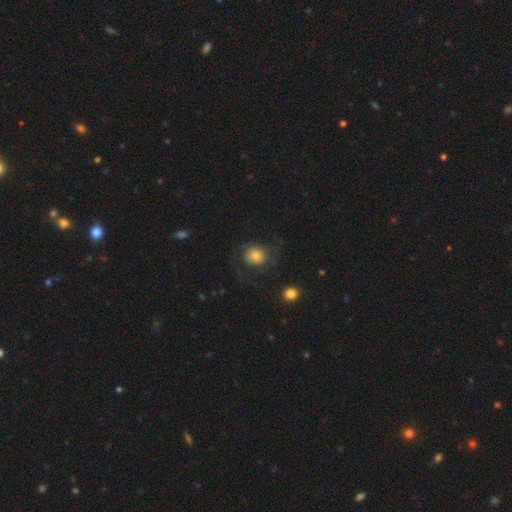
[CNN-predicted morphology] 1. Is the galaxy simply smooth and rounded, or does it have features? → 68% smooth, 24% featured or disk, 9% star or artifact.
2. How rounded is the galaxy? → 81% round, 18% in between, 1% cigar-shaped.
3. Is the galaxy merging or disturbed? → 65% none, 17% major disturbance, 16% minor disturbance, 2% merger.